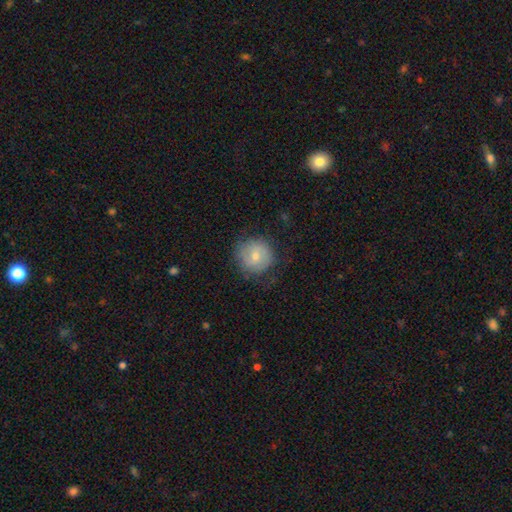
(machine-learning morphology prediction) type=smooth (60%); roundness=round (91%); merging=none (76%).